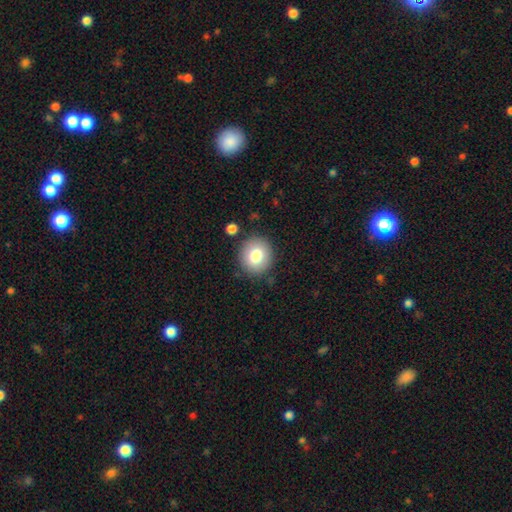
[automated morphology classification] type=smooth (79%); roundness=round (86%); merging=none (87%).